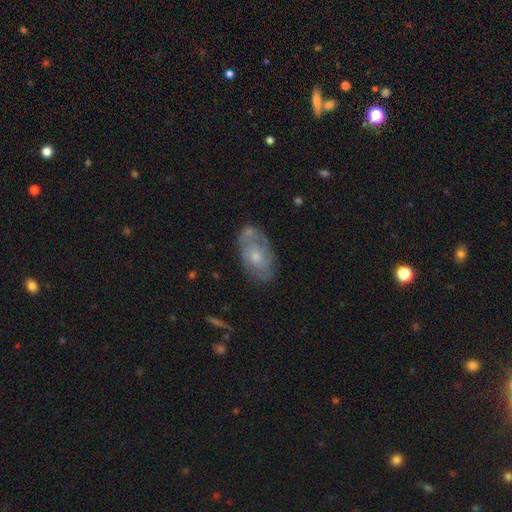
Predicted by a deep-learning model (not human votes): A featured or disk galaxy (58%) with no bar (80%), spiral arms (65%) and a small central bulge (50%).

Vote fractions:
- Smooth or featured? featured or disk: 58% / smooth: 35% / star or artifact: 7%
- Edge-on disk? no: 94% / yes: 6%
- Bar? no: 80% / weak: 18% / strong: 2%
- Spiral arms? yes: 65% / no: 35%
- Bulge size? small: 50% / moderate: 44% / none: 3% / large: 3% / dominant: 1%
- Merging? none: 63% / minor disturbance: 23% / major disturbance: 8% / merger: 6%